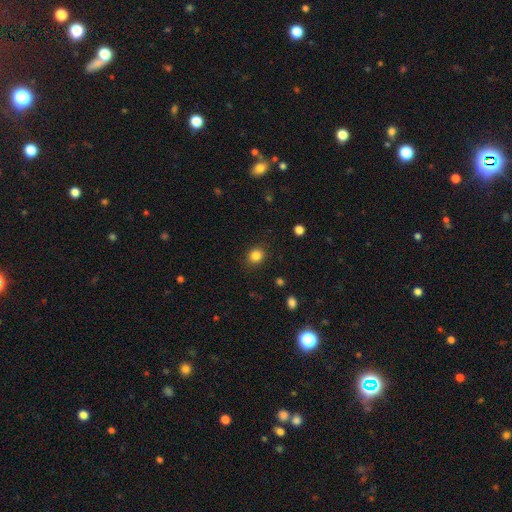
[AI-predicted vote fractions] Smooth or featured?
  - smooth: 84% *
  - star or artifact: 11%
  - featured or disk: 4%
How rounded?
  - round: 78% *
  - in between: 21%
  - cigar-shaped: 1%
Merging?
  - none: 88% *
  - minor disturbance: 8%
  - major disturbance: 3%
  - merger: 1%